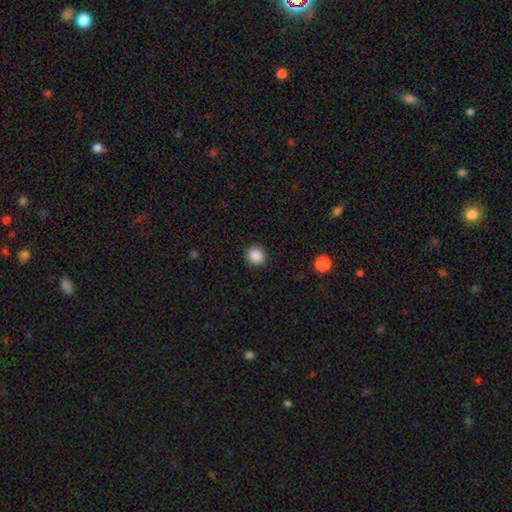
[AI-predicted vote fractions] smooth_or_featured: smooth (p=0.87) [alt: star or artifact p=0.10]
how_rounded: round (p=0.83) [alt: in between p=0.16]
merging: none (p=0.91) [alt: minor disturbance p=0.06]